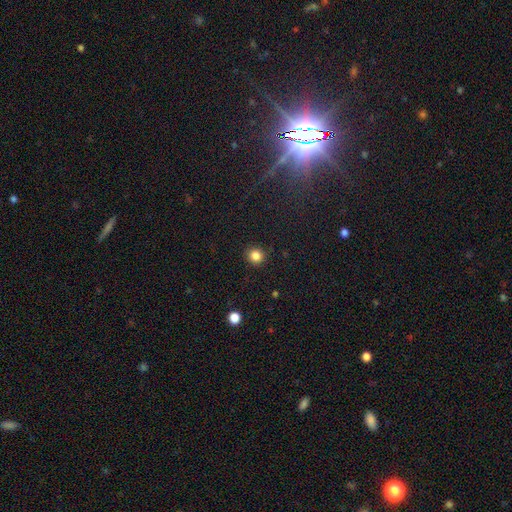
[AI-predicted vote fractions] Q: Smooth or featured?
A: smooth (84%); runner-up: star or artifact (12%)
Q: How rounded?
A: round (91%); runner-up: in between (8%)
Q: Merging?
A: none (91%); runner-up: minor disturbance (6%)